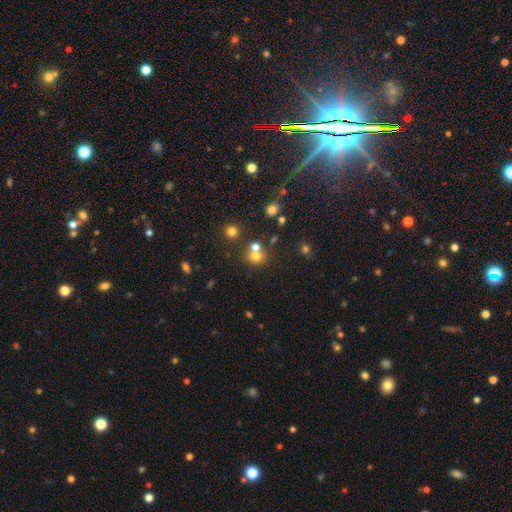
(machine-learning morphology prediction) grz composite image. It shows a smooth galaxy with no disk features (67%) that is round (80%). Merging: none (51%).